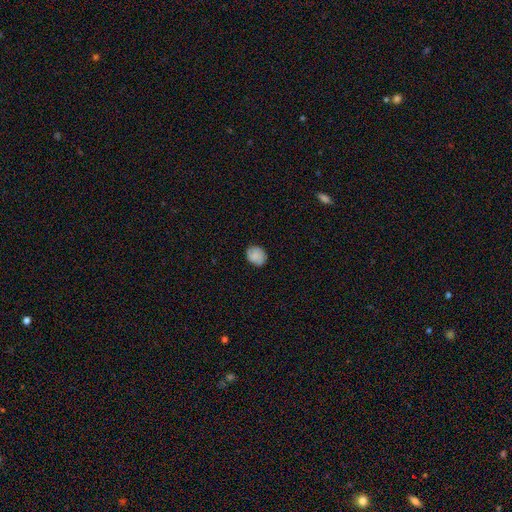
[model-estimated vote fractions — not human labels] The model was most divided on "how rounded": round: 56%, in between: 43%, cigar-shaped: 1%. More confident: merging — none (80%); smooth or featured — smooth (69%).